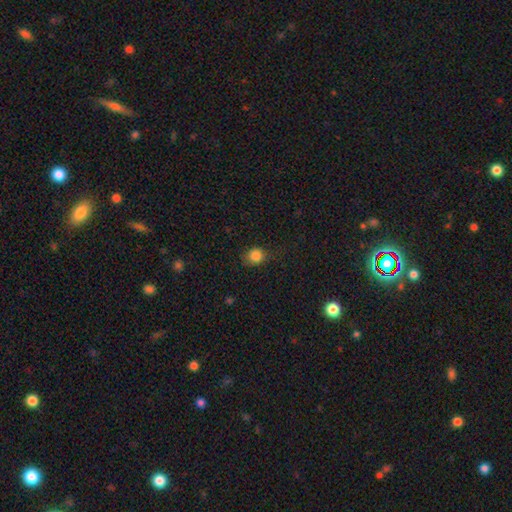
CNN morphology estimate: smooth-or-featured: smooth: 84% | star or artifact: 11% | featured or disk: 6%
  how-rounded: round: 75% | in between: 24% | cigar-shaped: 1%
  merging: none: 69% | minor disturbance: 22% | major disturbance: 7% | merger: 1%